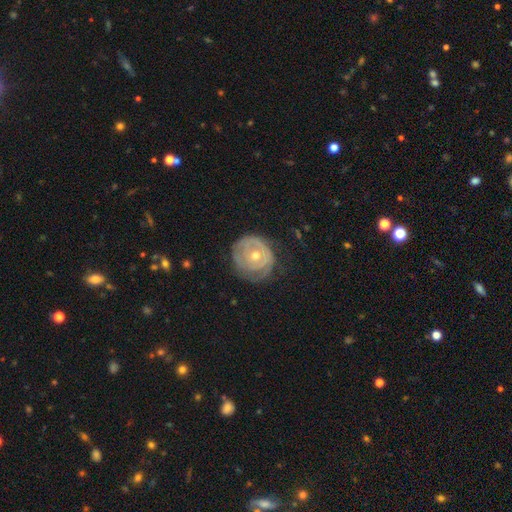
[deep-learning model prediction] Smooth or featured? featured or disk (72%)
Edge-on disk? no (97%)
Bar? no (81%)
Spiral arms? yes (71%)
Bulge size? moderate (55%)
Merging? none (67%)